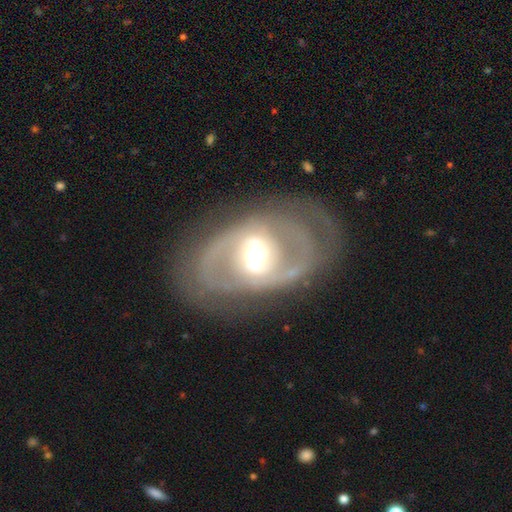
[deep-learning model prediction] Q: Smooth or featured?
A: featured or disk (83%); runner-up: smooth (11%)
Q: Edge-on disk?
A: no (95%); runner-up: yes (5%)
Q: Bar?
A: weak (39%); tied with: strong (39%)
Q: Spiral arms?
A: yes (81%); runner-up: no (19%)
Q: Spiral winding?
A: medium (45%); runner-up: tight (35%)
Q: Spiral arm count?
A: 2 (79%); runner-up: can't tell (11%)
Q: Bulge size?
A: moderate (63%); runner-up: large (20%)
Q: Merging?
A: none (71%); runner-up: minor disturbance (15%)